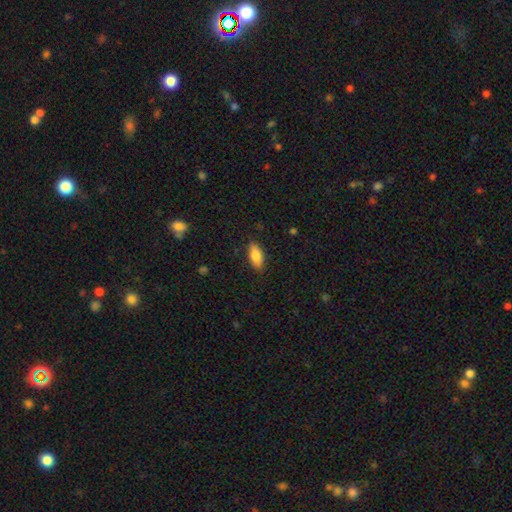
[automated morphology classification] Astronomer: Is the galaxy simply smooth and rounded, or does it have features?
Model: smooth — 81%.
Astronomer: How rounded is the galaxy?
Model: in between — 86%.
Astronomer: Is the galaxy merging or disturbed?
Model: none — 86%.